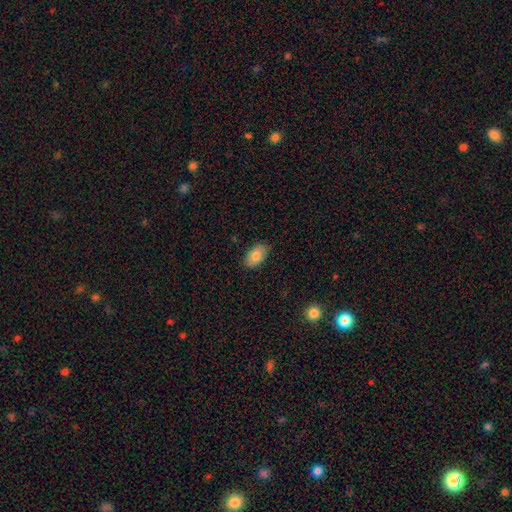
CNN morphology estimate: Smooth or featured? smooth (81%)
How rounded? in between (92%)
Merging? none (85%)